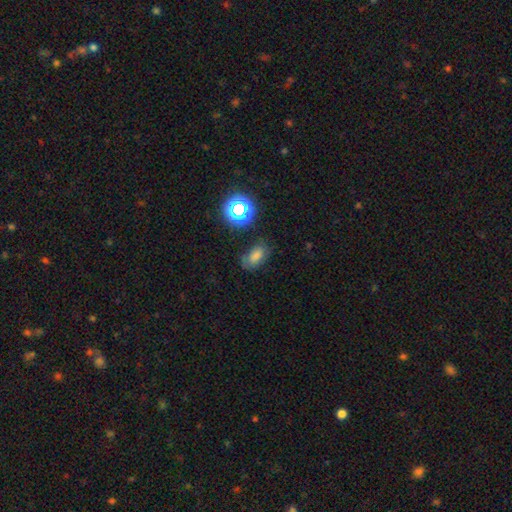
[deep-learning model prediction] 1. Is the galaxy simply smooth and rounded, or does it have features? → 63% smooth, 22% star or artifact, 15% featured or disk.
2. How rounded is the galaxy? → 85% in between, 13% round, 3% cigar-shaped.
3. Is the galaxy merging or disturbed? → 67% none, 22% minor disturbance, 8% major disturbance, 3% merger.